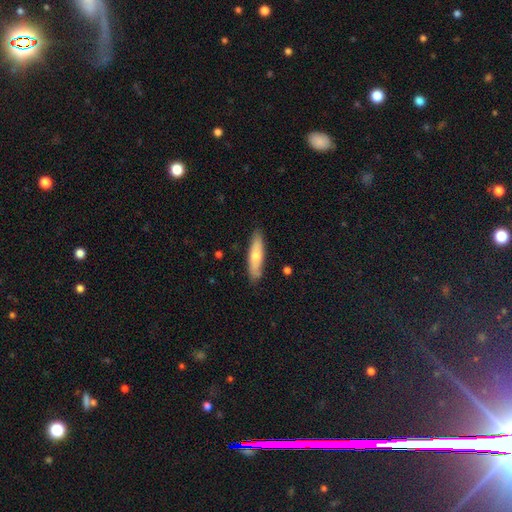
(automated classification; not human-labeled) A smooth galaxy with no disk features (63%) that is cigar-shaped (75%).

Vote fractions:
- Smooth or featured? smooth: 63% / featured or disk: 32% / star or artifact: 6%
- How rounded? cigar-shaped: 75% / in between: 24% / round: 2%
- Merging? none: 86% / minor disturbance: 10% / major disturbance: 2% / merger: 1%